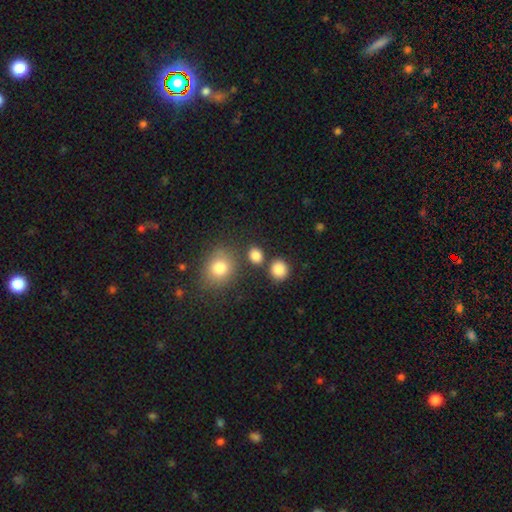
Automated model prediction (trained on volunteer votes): A smooth galaxy with no disk features (83%) that is round (67%).

Vote fractions:
- Smooth or featured? smooth: 83% / star or artifact: 12% / featured or disk: 5%
- How rounded? round: 67% / in between: 32% / cigar-shaped: 1%
- Merging? none: 76% / merger: 10% / minor disturbance: 10% / major disturbance: 4%